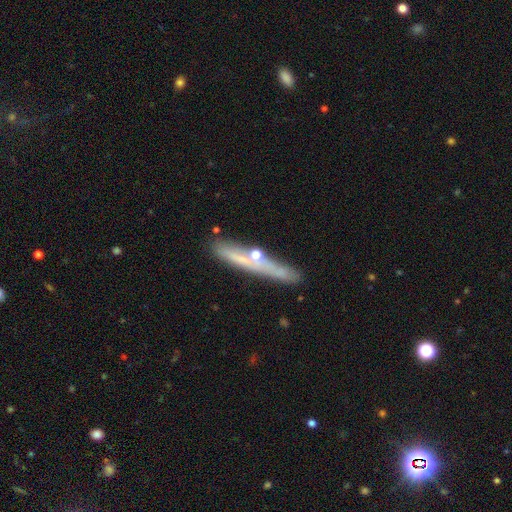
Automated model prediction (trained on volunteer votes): The model was most divided on "smooth or featured": smooth: 47%, featured or disk: 43%, star or artifact: 10%. More confident: merging — none (70%).